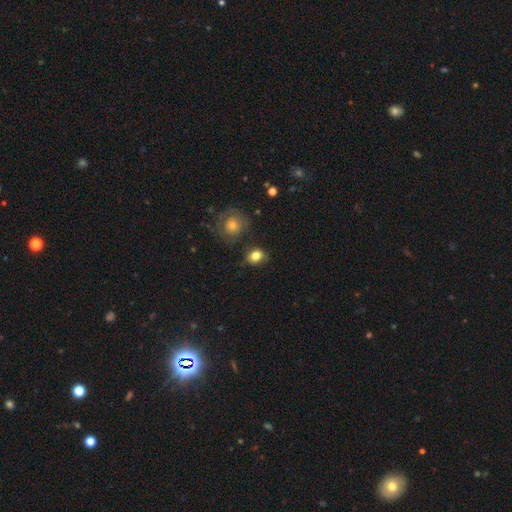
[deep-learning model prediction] Morphology: type=smooth (80%); roundness=round (56%); merging=none (73%).